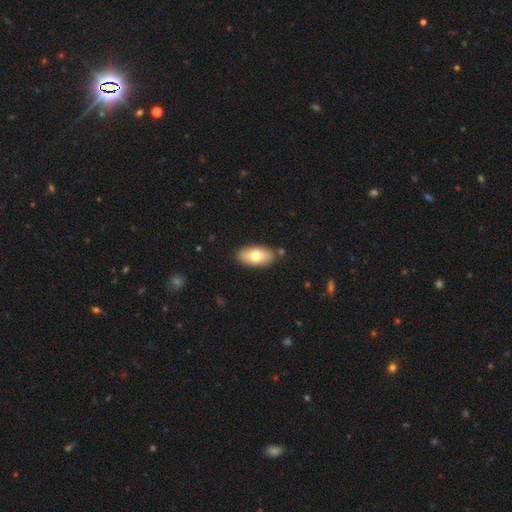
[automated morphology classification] Q: Smooth or featured?
A: smooth (72%); runner-up: featured or disk (22%)
Q: How rounded?
A: in between (92%); runner-up: cigar-shaped (4%)
Q: Merging?
A: none (85%); runner-up: minor disturbance (10%)